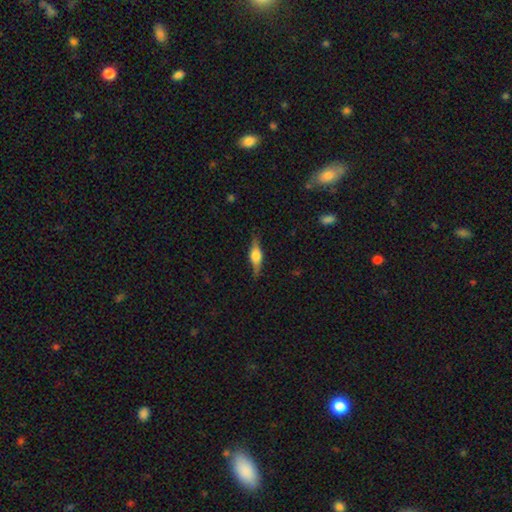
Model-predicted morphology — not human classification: This is likely a featured or disk galaxy (67%). It is clearly viewed edge-on (96%). Edge-on bulge: clearly rounded (88%). Merging: clearly none (84%).